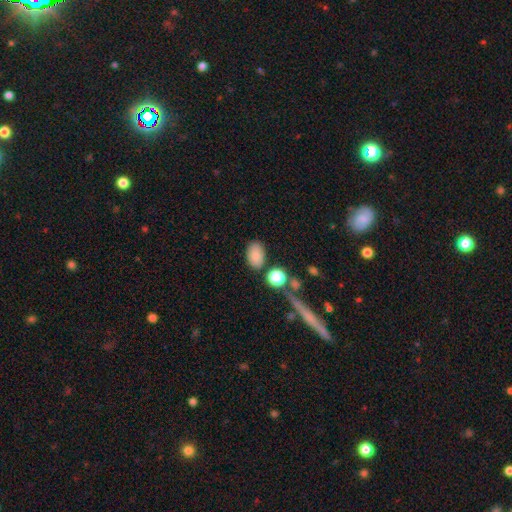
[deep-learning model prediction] Smooth or featured?
  - smooth: 84% *
  - star or artifact: 9%
  - featured or disk: 6%
How rounded?
  - in between: 87% *
  - round: 12%
  - cigar-shaped: 2%
Merging?
  - none: 77% *
  - minor disturbance: 12%
  - merger: 6%
  - major disturbance: 5%